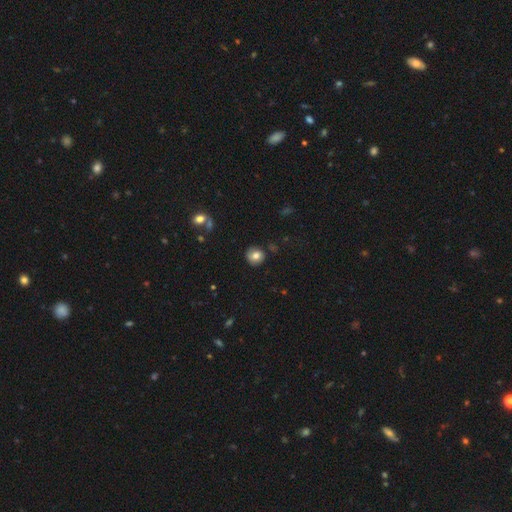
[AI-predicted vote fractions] Q: Smooth or featured?
A: smooth (77%); runner-up: featured or disk (13%)
Q: How rounded?
A: round (85%); runner-up: in between (14%)
Q: Merging?
A: none (81%); runner-up: minor disturbance (14%)